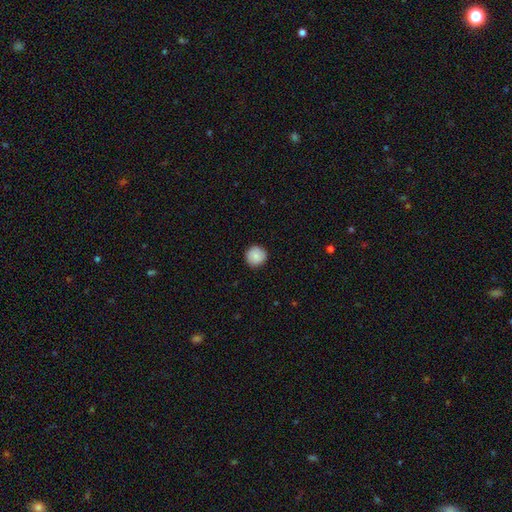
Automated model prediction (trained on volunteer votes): Morphology: type=smooth (87%); roundness=round (95%); merging=none (90%).